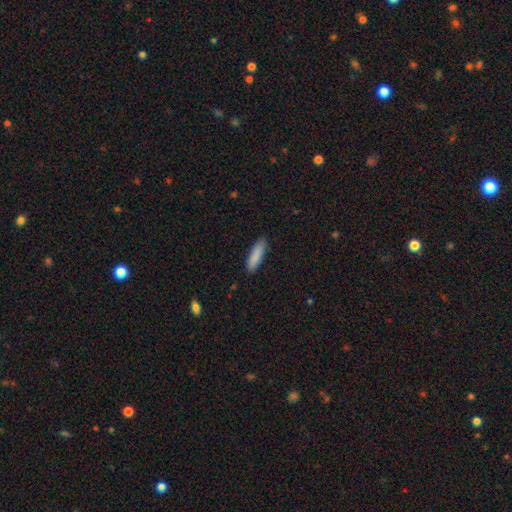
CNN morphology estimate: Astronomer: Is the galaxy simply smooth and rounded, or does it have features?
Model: smooth — 88%.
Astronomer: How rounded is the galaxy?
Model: cigar-shaped — 65%.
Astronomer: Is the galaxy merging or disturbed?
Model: none — 87%.